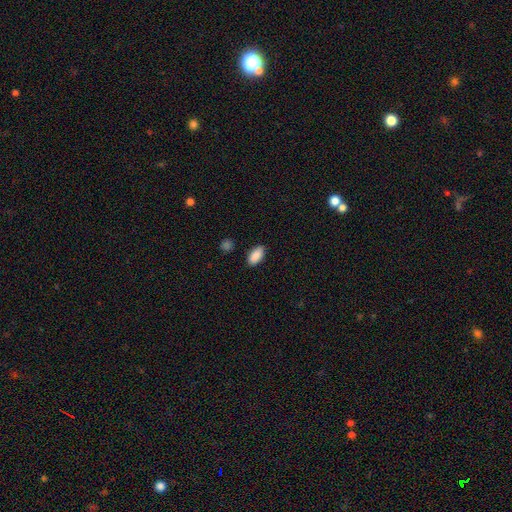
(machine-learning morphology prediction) smooth-or-featured: smooth: 89% | star or artifact: 7% | featured or disk: 4%
  how-rounded: in between: 92% | cigar-shaped: 5% | round: 3%
  merging: none: 86% | minor disturbance: 10% | major disturbance: 2% | merger: 1%